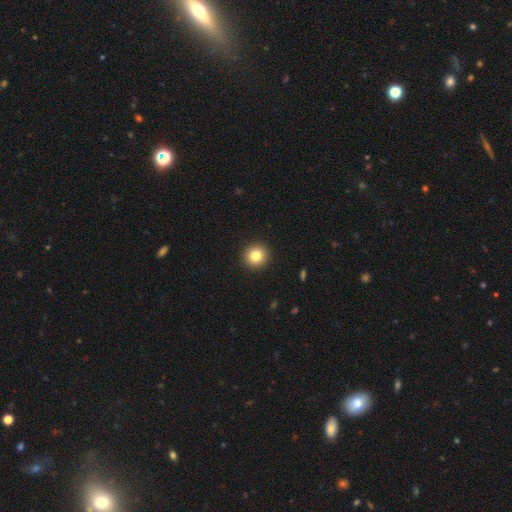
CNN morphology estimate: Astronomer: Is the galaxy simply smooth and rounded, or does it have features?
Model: smooth — 82%.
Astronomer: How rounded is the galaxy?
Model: round — 95%.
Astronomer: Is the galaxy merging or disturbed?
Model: none — 93%.